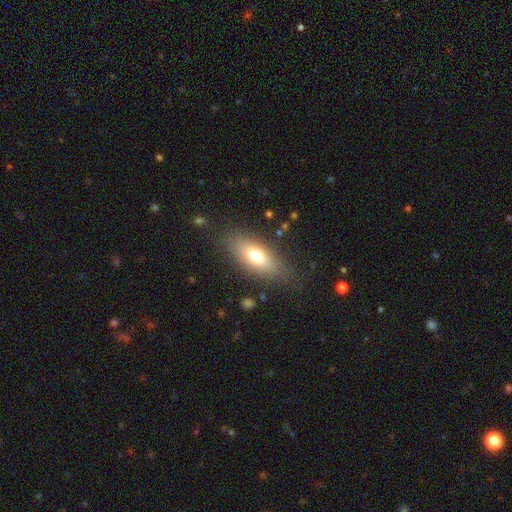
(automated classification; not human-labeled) A smooth galaxy with no disk features (70%) that is in between round and cigar-shaped (76%).

Vote fractions:
- Smooth or featured? smooth: 70% / featured or disk: 22% / star or artifact: 9%
- How rounded? in between: 76% / cigar-shaped: 19% / round: 5%
- Merging? none: 80% / minor disturbance: 13% / major disturbance: 5% / merger: 2%